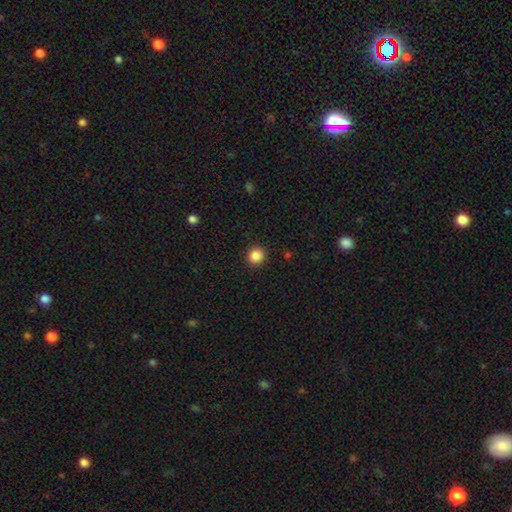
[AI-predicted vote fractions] A smooth galaxy with no disk features (87%) that is round (92%). Merging: none (92%).